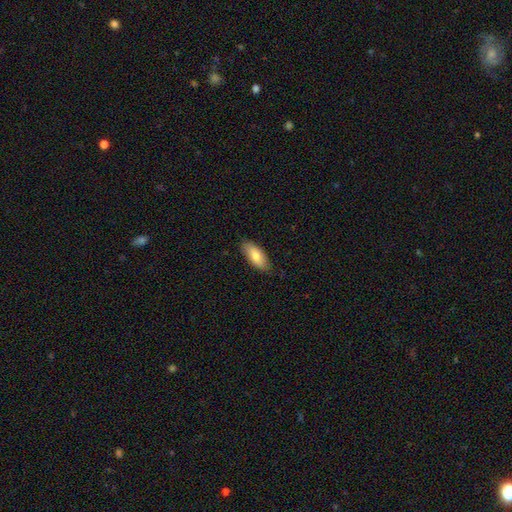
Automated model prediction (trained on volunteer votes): Smooth or featured: smooth — 80% (featured or disk — 14%)
How rounded: in between — 82% (cigar-shaped — 16%)
Merging: none — 84% (minor disturbance — 13%)